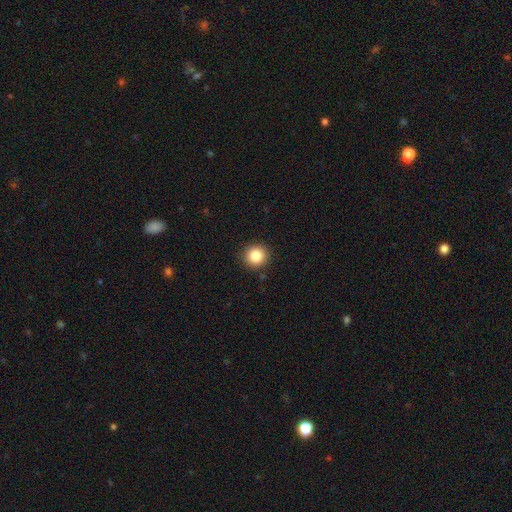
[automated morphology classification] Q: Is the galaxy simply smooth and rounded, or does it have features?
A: smooth — 86%.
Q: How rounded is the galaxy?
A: round — 93%.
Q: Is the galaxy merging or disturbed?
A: none — 91%.